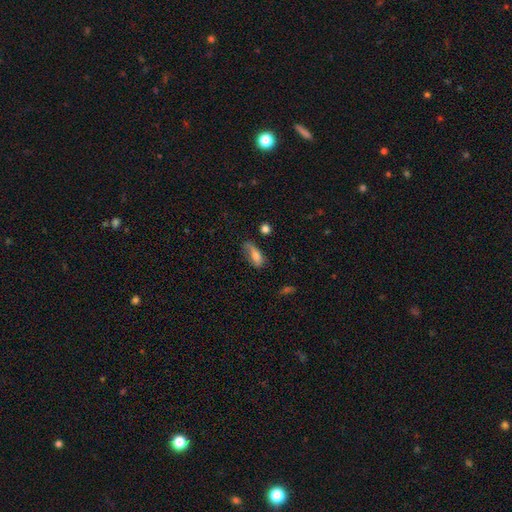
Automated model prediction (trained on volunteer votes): Smooth or featured? smooth (72%)
How rounded? in between (80%)
Merging? none (48%)